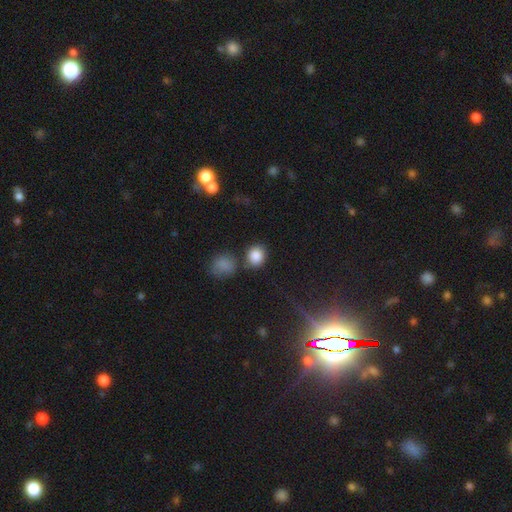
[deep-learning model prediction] Smooth or featured: smooth — 85% (star or artifact — 10%)
How rounded: round — 70% (in between — 29%)
Merging: none — 68% (merger — 15%)